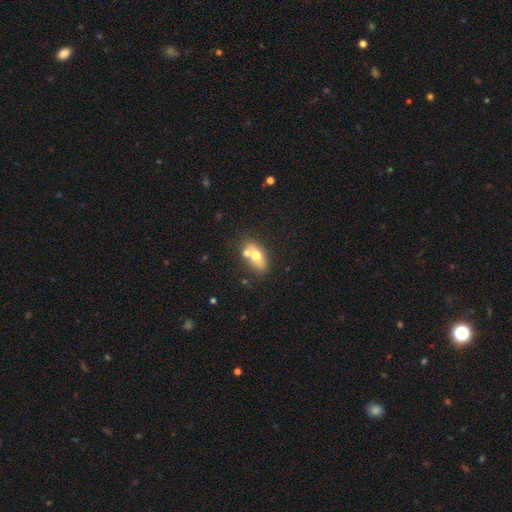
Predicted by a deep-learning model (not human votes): Smooth or featured?
  - smooth: 63% *
  - featured or disk: 29%
  - star or artifact: 8%
How rounded?
  - in between: 82% *
  - round: 10%
  - cigar-shaped: 9%
Merging?
  - none: 57% *
  - merger: 26%
  - minor disturbance: 12%
  - major disturbance: 4%